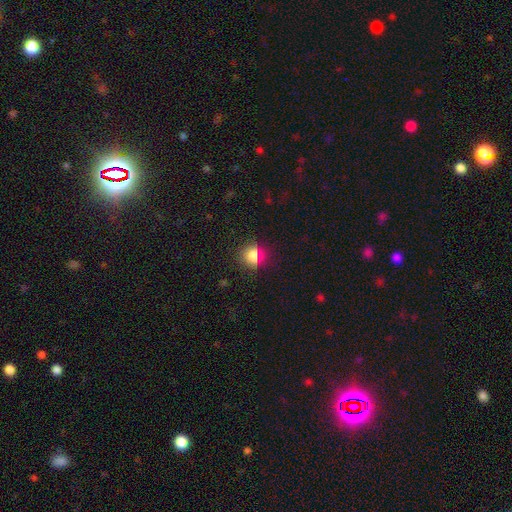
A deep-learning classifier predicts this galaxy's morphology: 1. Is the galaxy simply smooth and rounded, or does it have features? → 75% smooth, 19% star or artifact, 6% featured or disk.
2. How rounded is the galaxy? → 83% round, 16% in between, 2% cigar-shaped.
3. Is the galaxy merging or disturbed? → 83% none, 10% minor disturbance, 3% major disturbance, 3% merger.